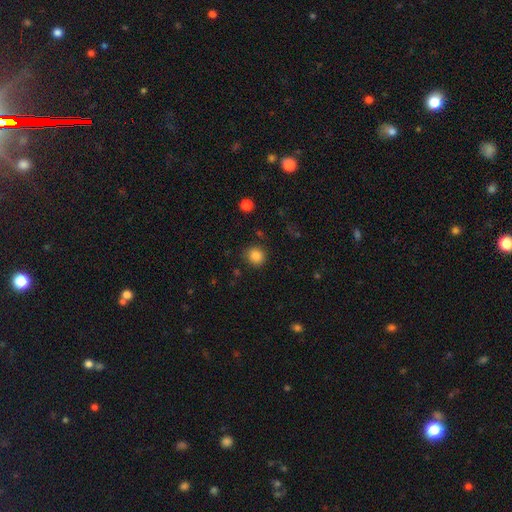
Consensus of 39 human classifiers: Smooth or featured?
  - smooth: 90% *
  - featured or disk: 5%
  - star or artifact: 5%
How rounded?
  - round: 89% *
  - in between: 11%
  - cigar-shaped: 0%
Merging?
  - none: 97% *
  - major disturbance: 3%
  - minor disturbance: 0%
  - merger: 0%